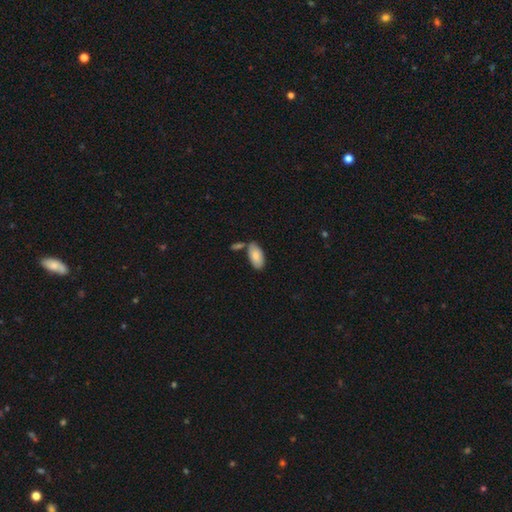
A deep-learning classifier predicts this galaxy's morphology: The model was most divided on "merging": none: 65%, minor disturbance: 17%, merger: 14%, major disturbance: 4%. More confident: how rounded — in between (95%); smooth or featured — smooth (82%).